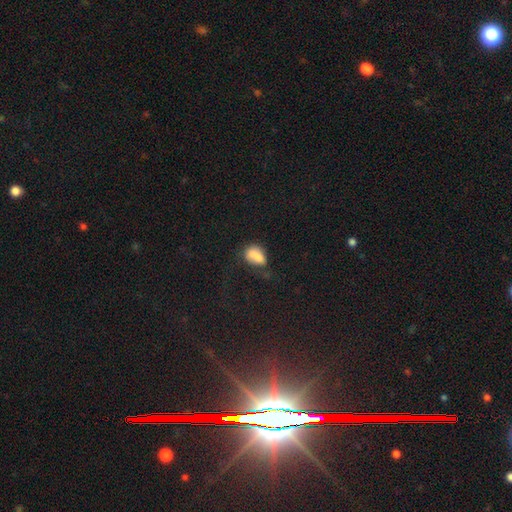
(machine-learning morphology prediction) Smooth or featured: smooth — 73% (featured or disk — 16%)
How rounded: in between — 75% (round — 23%)
Merging: none — 32% (merger — 31%)